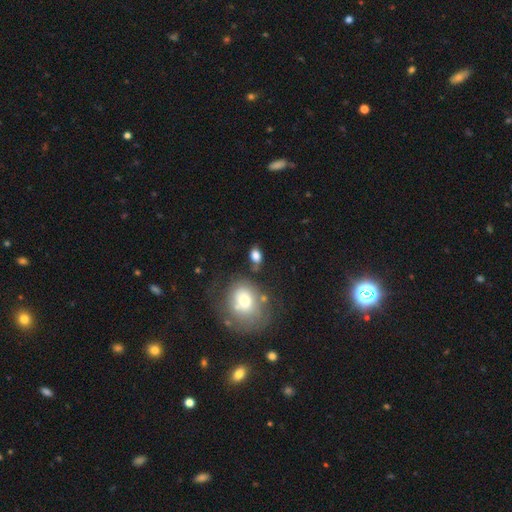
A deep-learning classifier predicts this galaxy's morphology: This appears to be a smooth galaxy with no disk features (79%) that is in between round and cigar-shaped (76%). Merging: none (63%).